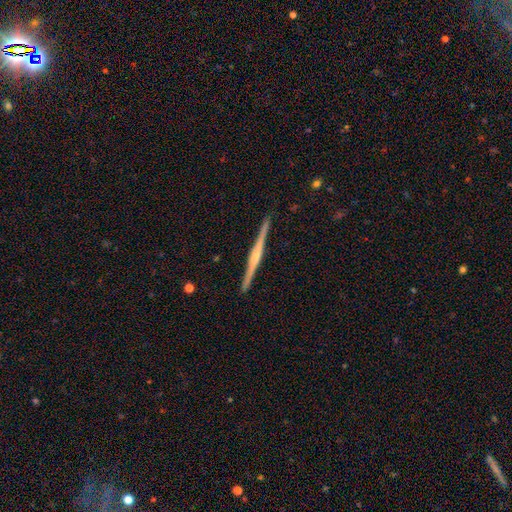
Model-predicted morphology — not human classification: This is clearly a featured or disk galaxy (83%). It is clearly viewed edge-on (99%). Edge-on bulge: likely rounded (70%). Merging: clearly none (93%).